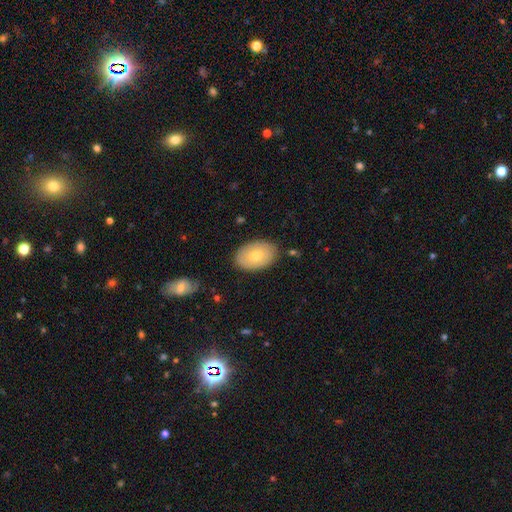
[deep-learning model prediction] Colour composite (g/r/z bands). It shows a smooth galaxy with no disk features (68%) that is in between round and cigar-shaped (87%). Merging: none (84%).